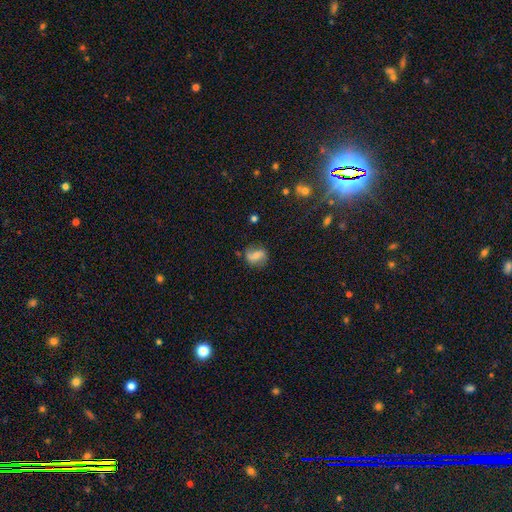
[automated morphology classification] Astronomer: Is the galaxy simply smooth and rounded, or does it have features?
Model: smooth — 47% (runner-up: featured or disk, 42%).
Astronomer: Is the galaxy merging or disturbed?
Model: none — 69%.